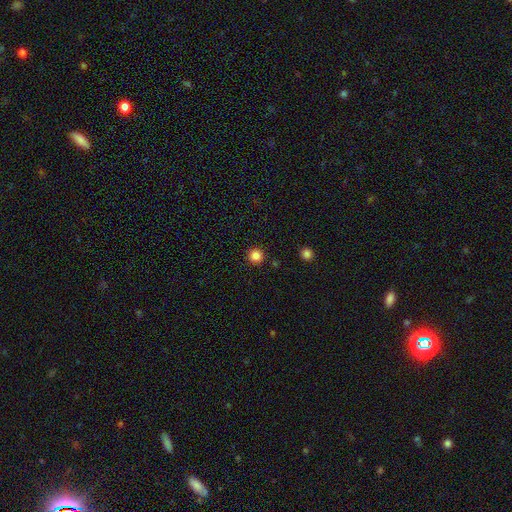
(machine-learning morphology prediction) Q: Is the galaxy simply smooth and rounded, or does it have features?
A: smooth — 84%.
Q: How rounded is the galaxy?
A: round — 96%.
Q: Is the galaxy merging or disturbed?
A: none — 92%.